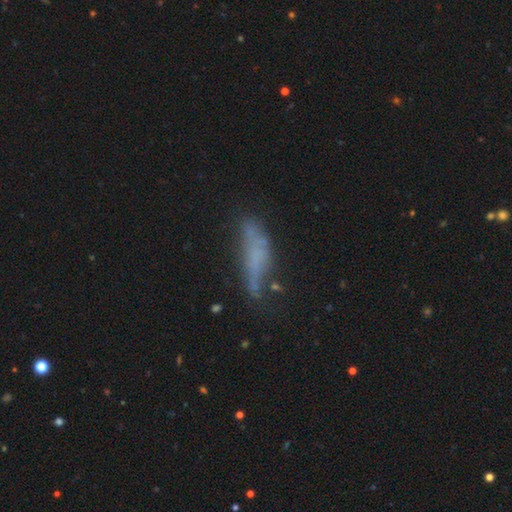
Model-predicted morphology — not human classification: smooth_or_featured: smooth (p=0.45) [alt: featured or disk p=0.40]
merging: none (p=0.41) [alt: minor disturbance p=0.29]